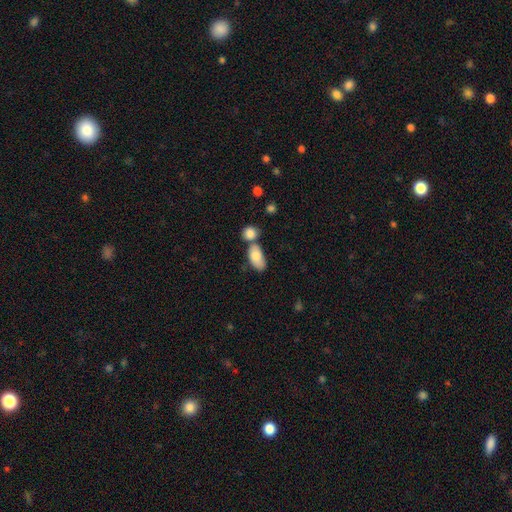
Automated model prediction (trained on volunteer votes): This appears to be a smooth galaxy with no disk features (82%) that is in between round and cigar-shaped (91%). Merging: merger (42%).